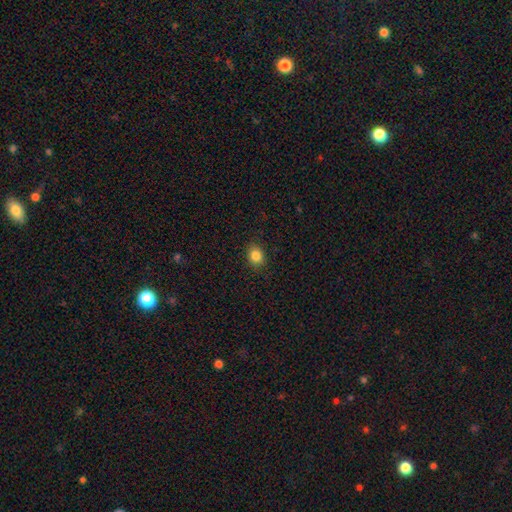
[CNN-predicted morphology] Smooth or featured?
  - smooth: 85% *
  - star or artifact: 11%
  - featured or disk: 5%
How rounded?
  - round: 55% *
  - in between: 44%
  - cigar-shaped: 1%
Merging?
  - none: 88% *
  - minor disturbance: 9%
  - major disturbance: 2%
  - merger: 1%